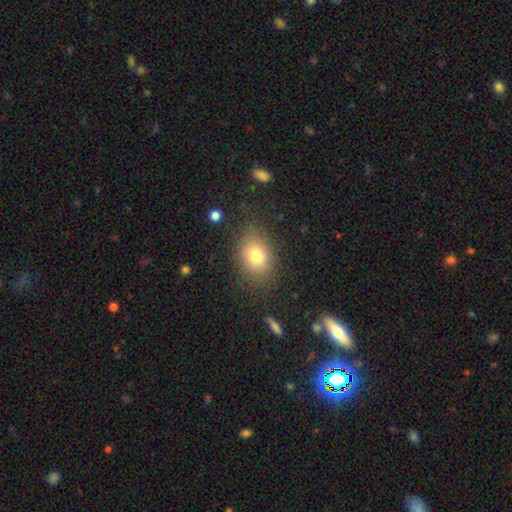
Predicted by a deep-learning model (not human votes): Smooth or featured: smooth — 76% (featured or disk — 12%)
How rounded: in between — 65% (round — 33%)
Merging: none — 80% (minor disturbance — 13%)